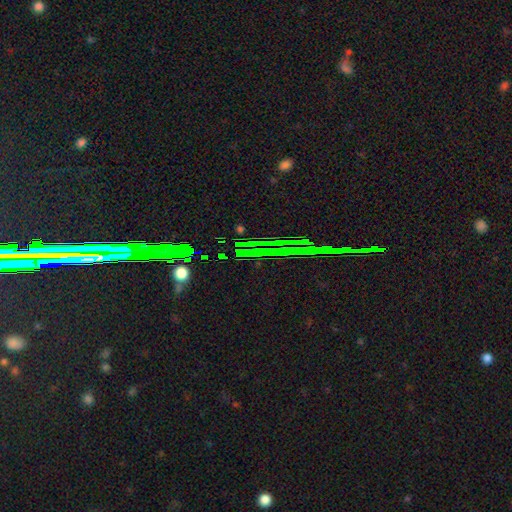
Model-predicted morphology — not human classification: type=star or artifact (78%).